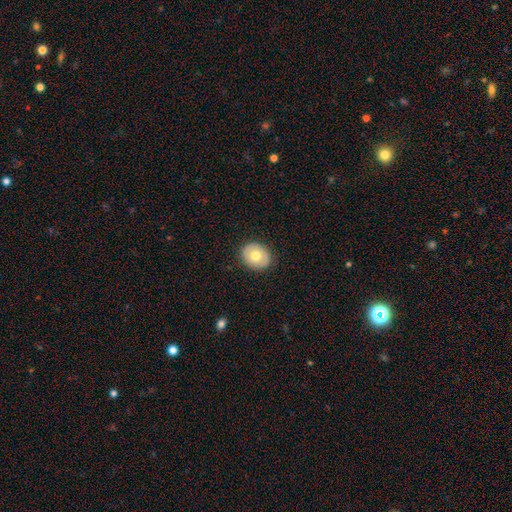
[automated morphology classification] type=smooth (67%); roundness=round (62%); merging=none (89%).